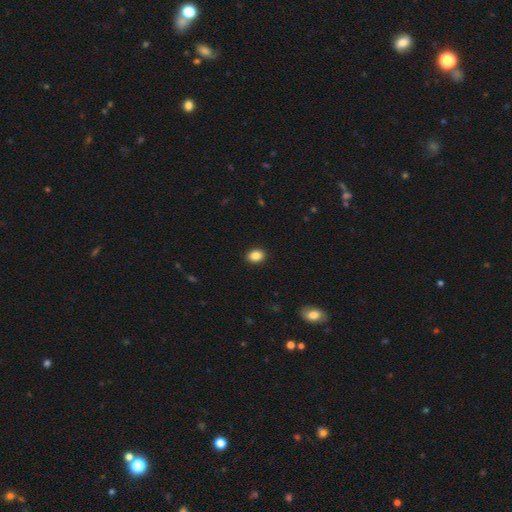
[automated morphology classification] type=smooth (87%); roundness=in between (68%); merging=none (91%).